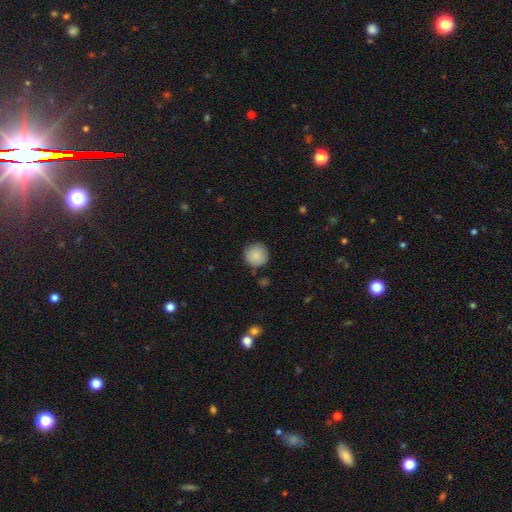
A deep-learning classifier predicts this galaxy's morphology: Overall: smooth (88%). How rounded: round (95%). Merging: none (85%).